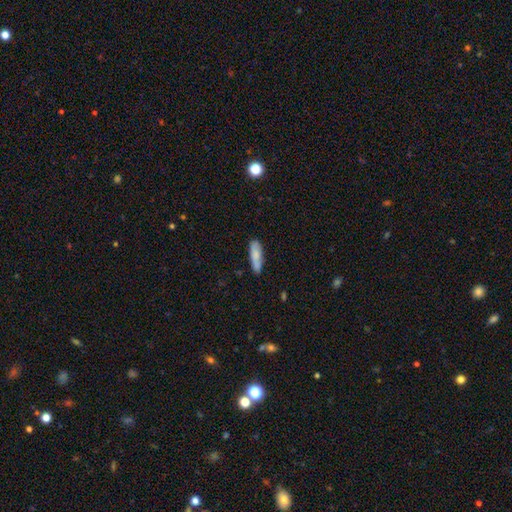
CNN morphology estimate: type=smooth (79%); roundness=cigar-shaped (55%); merging=none (77%).